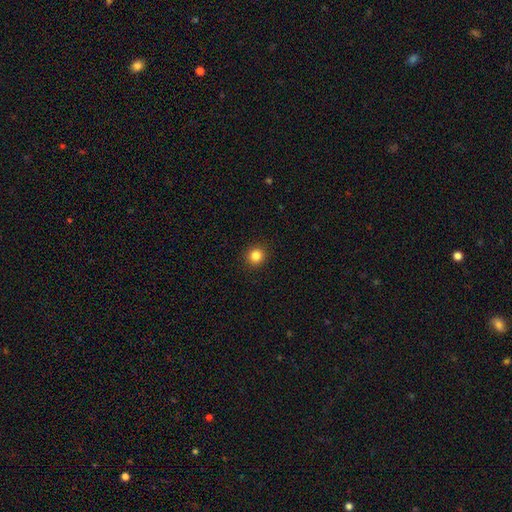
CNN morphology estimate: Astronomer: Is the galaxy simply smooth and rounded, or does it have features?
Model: smooth — 84%.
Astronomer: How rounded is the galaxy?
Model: round — 92%.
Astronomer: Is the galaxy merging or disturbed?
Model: none — 92%.